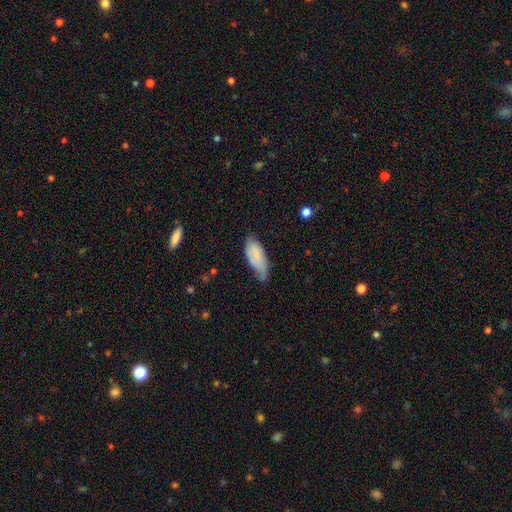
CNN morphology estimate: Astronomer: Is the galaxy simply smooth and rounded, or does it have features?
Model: smooth — 76%.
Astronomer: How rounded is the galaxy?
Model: in between — 84%.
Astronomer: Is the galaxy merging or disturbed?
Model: none — 48% (runner-up: minor disturbance, 41%).